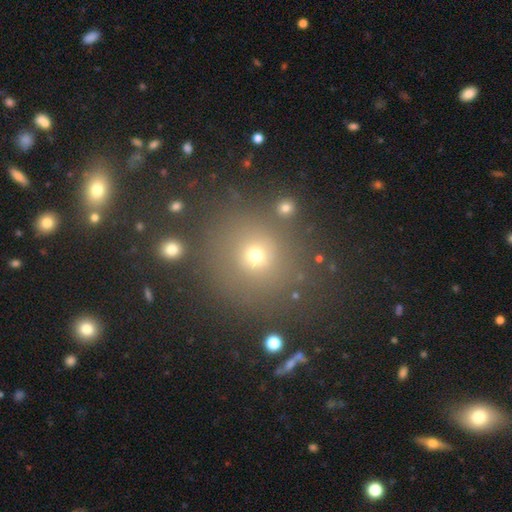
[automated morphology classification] A smooth galaxy with no disk features (63%) that is round (90%).

Vote fractions:
- Smooth or featured? smooth: 63% / star or artifact: 27% / featured or disk: 9%
- How rounded? round: 90% / in between: 9% / cigar-shaped: 1%
- Merging? none: 84% / minor disturbance: 8% / merger: 4% / major disturbance: 4%